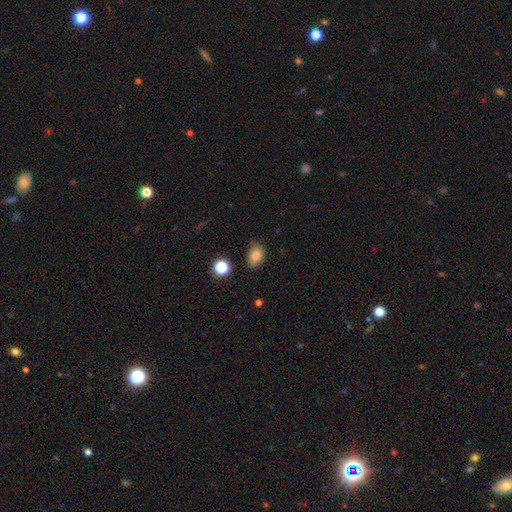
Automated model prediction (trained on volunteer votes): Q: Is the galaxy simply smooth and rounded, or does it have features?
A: smooth — 80%.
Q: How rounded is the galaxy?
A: in between — 77%.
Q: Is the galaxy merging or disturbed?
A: none — 72%.